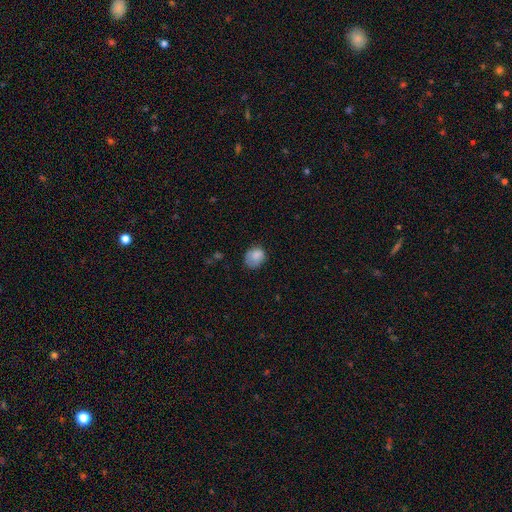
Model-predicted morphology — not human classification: This is clearly a smooth galaxy (82%). How rounded: possibly round (58%). Merging: likely none (62%).